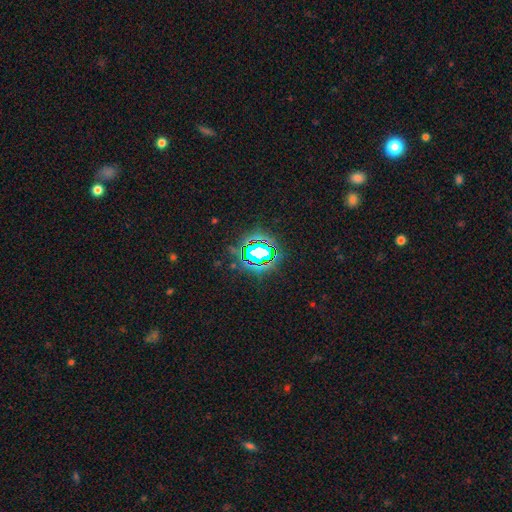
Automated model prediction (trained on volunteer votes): This is likely a star or artifact rather than a galaxy (70%).